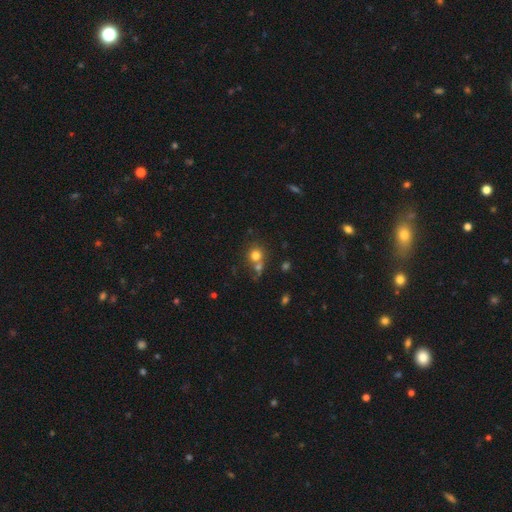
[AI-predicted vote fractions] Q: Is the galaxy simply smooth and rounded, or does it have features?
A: smooth — 75%.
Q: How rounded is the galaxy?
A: round — 86%.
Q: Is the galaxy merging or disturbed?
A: none — 50%.